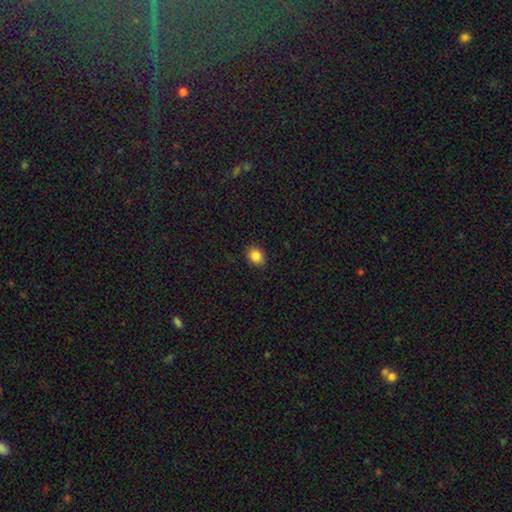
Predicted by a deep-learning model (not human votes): Smooth or featured?
  - smooth: 85% *
  - star or artifact: 10%
  - featured or disk: 5%
How rounded?
  - in between: 55% *
  - round: 44%
  - cigar-shaped: 1%
Merging?
  - none: 88% *
  - minor disturbance: 9%
  - major disturbance: 2%
  - merger: 1%